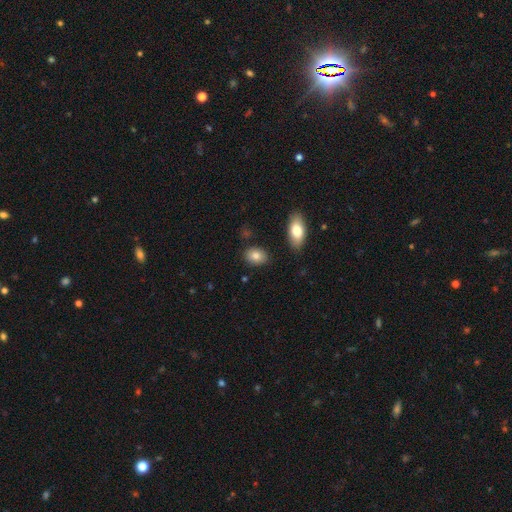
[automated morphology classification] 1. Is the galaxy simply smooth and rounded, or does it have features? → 82% smooth, 10% featured or disk, 8% star or artifact.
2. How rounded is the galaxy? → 76% in between, 23% round, 2% cigar-shaped.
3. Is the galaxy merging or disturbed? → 84% none, 10% minor disturbance, 3% merger, 3% major disturbance.